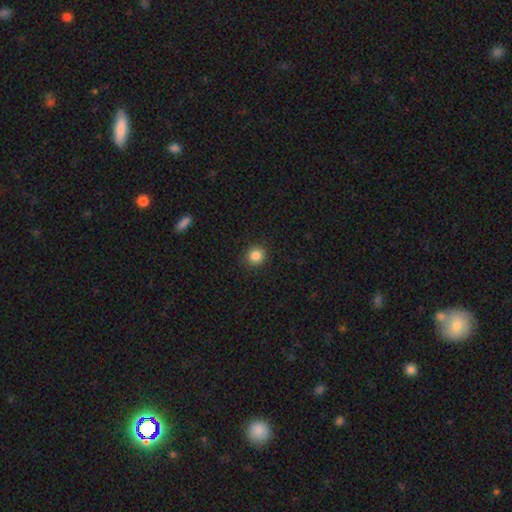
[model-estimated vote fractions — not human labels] Smooth or featured? Predicted: smooth (p=0.85). How rounded? Predicted: round (p=0.88). Merging? Predicted: none (p=0.91).